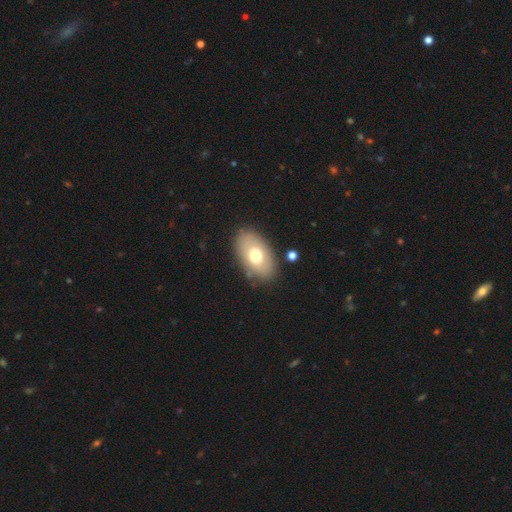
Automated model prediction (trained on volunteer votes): Smooth or featured: smooth — 68% (featured or disk — 25%)
How rounded: in between — 92% (round — 7%)
Merging: none — 82% (minor disturbance — 12%)